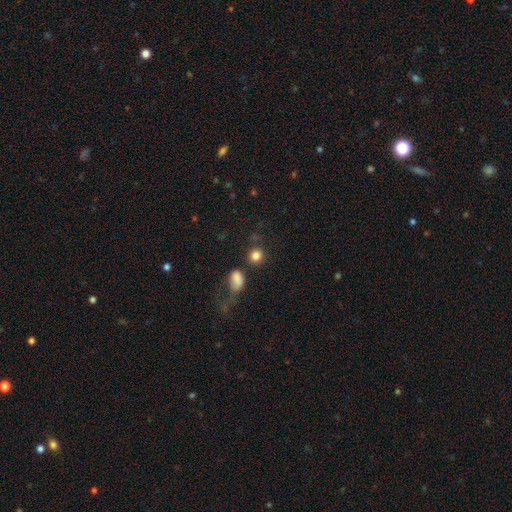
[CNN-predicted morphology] Smooth or featured?
  - smooth: 84% *
  - star or artifact: 11%
  - featured or disk: 5%
How rounded?
  - round: 83% *
  - in between: 15%
  - cigar-shaped: 1%
Merging?
  - none: 72% *
  - merger: 11%
  - minor disturbance: 11%
  - major disturbance: 6%